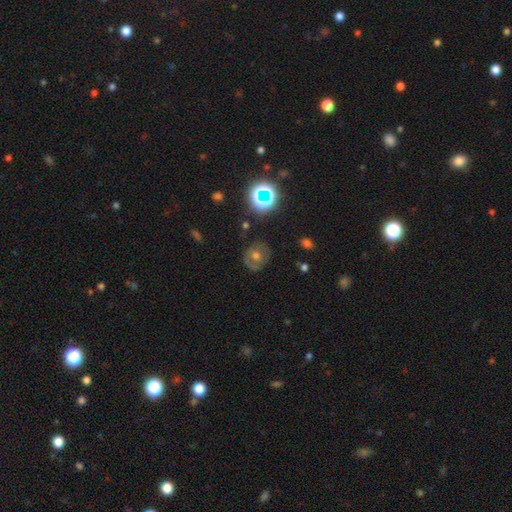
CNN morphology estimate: Smooth or featured? Predicted: smooth (p=0.45). Merging? Predicted: none (p=0.75).